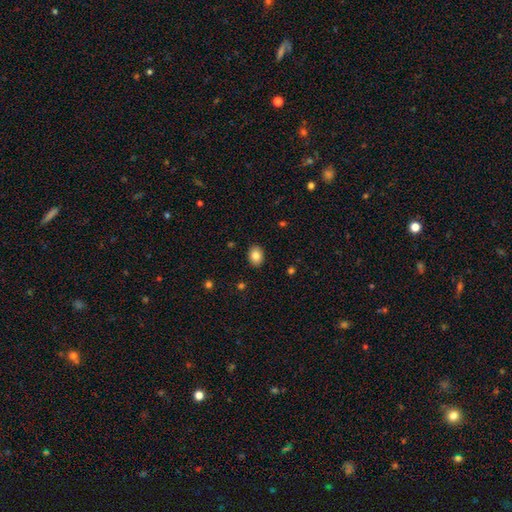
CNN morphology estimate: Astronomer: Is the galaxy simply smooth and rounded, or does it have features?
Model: smooth — 84%.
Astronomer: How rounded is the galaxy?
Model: in between — 64%.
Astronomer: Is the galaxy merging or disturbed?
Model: none — 89%.